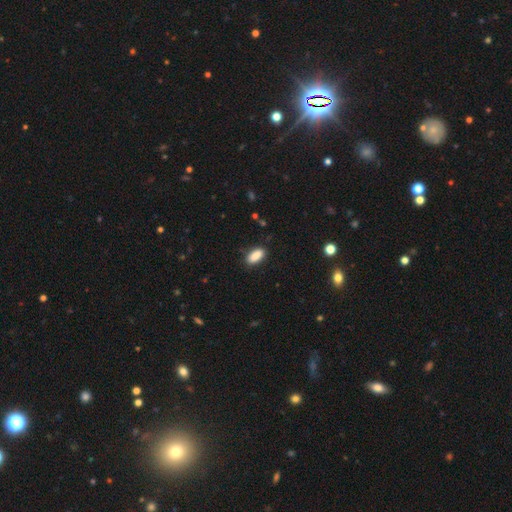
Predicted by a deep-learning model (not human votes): Smooth or featured?
  - smooth: 88% *
  - star or artifact: 7%
  - featured or disk: 4%
How rounded?
  - in between: 87% *
  - cigar-shaped: 10%
  - round: 3%
Merging?
  - none: 84% *
  - minor disturbance: 12%
  - major disturbance: 2%
  - merger: 1%